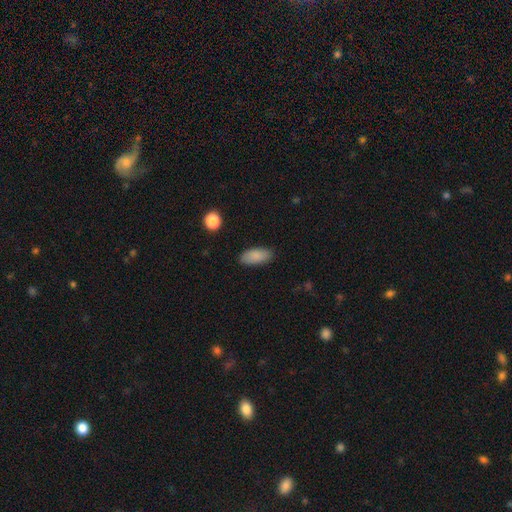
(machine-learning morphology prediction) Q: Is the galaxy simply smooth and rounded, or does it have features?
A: smooth — 87%.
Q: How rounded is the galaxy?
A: in between — 89%.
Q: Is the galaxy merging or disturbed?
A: none — 85%.